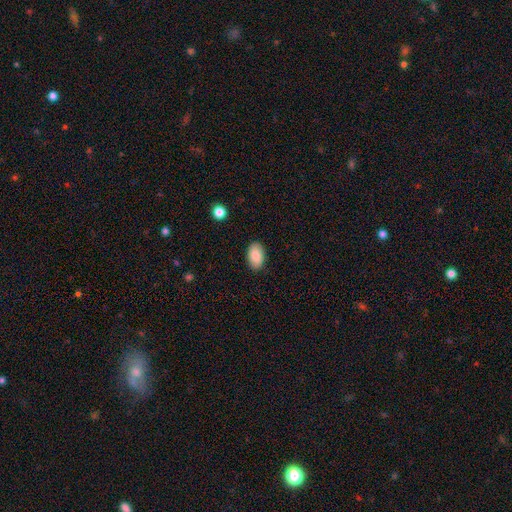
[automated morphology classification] Overall: smooth (89%). How rounded: in between (93%). Merging: none (88%).